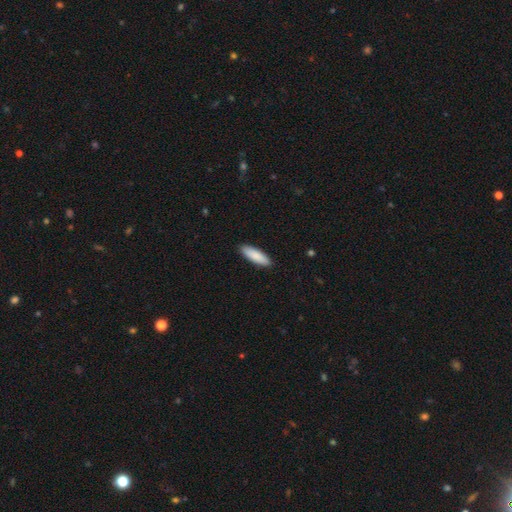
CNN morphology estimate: A smooth galaxy with no disk features (89%) that is cigar-shaped (52%).

Vote fractions:
- Smooth or featured? smooth: 89% / featured or disk: 6% / star or artifact: 5%
- How rounded? cigar-shaped: 52% / in between: 47% / round: 1%
- Merging? none: 91% / minor disturbance: 7% / major disturbance: 1% / merger: 1%